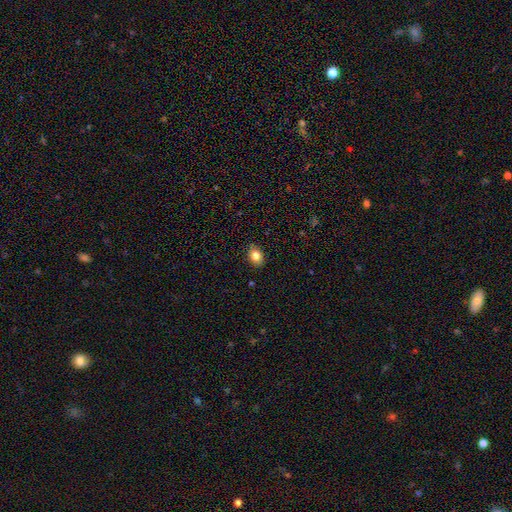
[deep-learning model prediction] Morphology: type=smooth (83%); roundness=in between (68%); merging=none (86%).